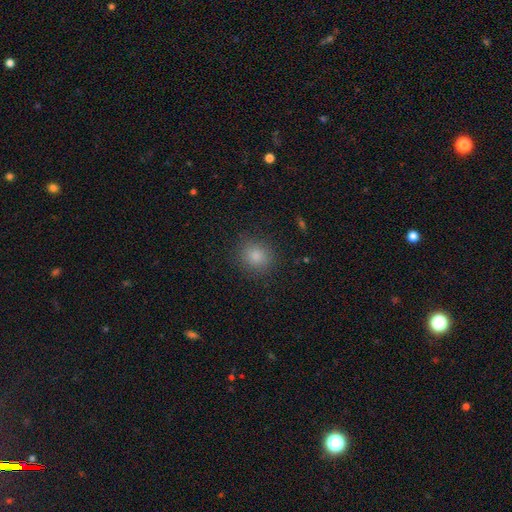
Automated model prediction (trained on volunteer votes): Smooth or featured?
  - smooth: 80% *
  - star or artifact: 15%
  - featured or disk: 5%
How rounded?
  - round: 81% *
  - in between: 18%
  - cigar-shaped: 1%
Merging?
  - none: 89% *
  - minor disturbance: 7%
  - major disturbance: 2%
  - merger: 1%